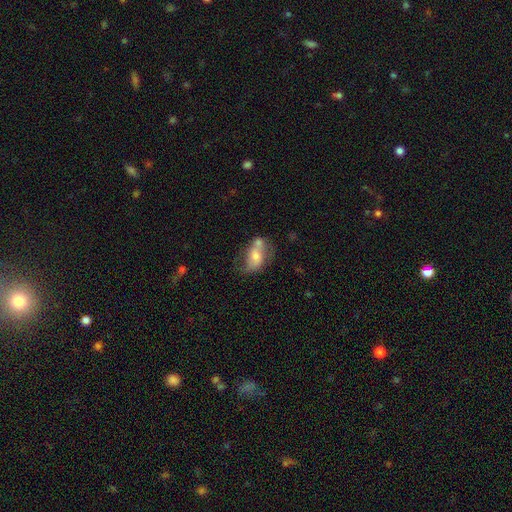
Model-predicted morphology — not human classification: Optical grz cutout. It shows a smooth galaxy with no disk features (51%) that is in between round and cigar-shaped (85%). Merging: none (35%).